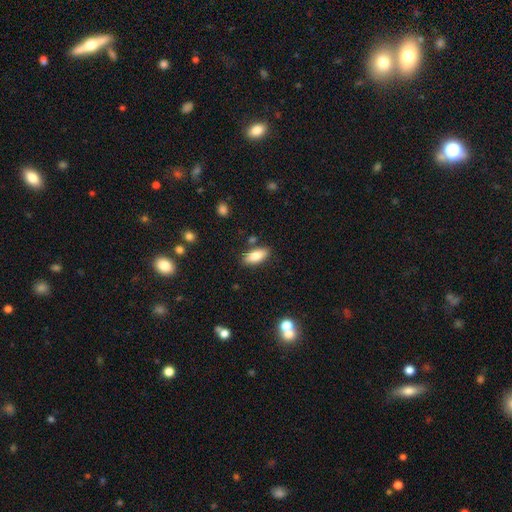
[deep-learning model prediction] A smooth galaxy with no disk features (83%) that is in between round and cigar-shaped (86%).

Vote fractions:
- Smooth or featured? smooth: 83% / featured or disk: 10% / star or artifact: 7%
- How rounded? in between: 86% / cigar-shaped: 12% / round: 2%
- Merging? none: 83% / minor disturbance: 11% / merger: 4% / major disturbance: 2%